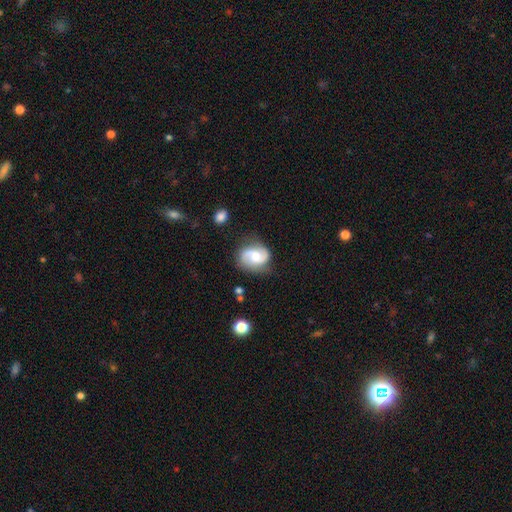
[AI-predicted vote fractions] featured or disk 75%, smooth 19%, star or artifact 6%. Down the decision tree: edge-on disk — no (98%); bar — no (56%); spiral arms — yes (96%); spiral arm count — 2 (90%); spiral winding — medium (46%); bulge size — moderate (57%); merging — none (73%).